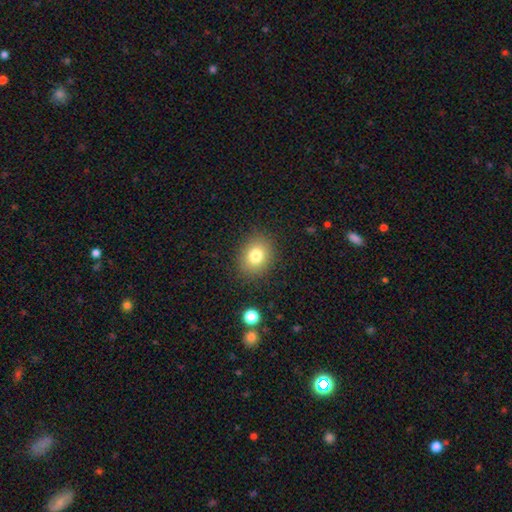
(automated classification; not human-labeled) This appears to be a smooth galaxy with no disk features (80%) that is round (54%). Merging: none (87%).